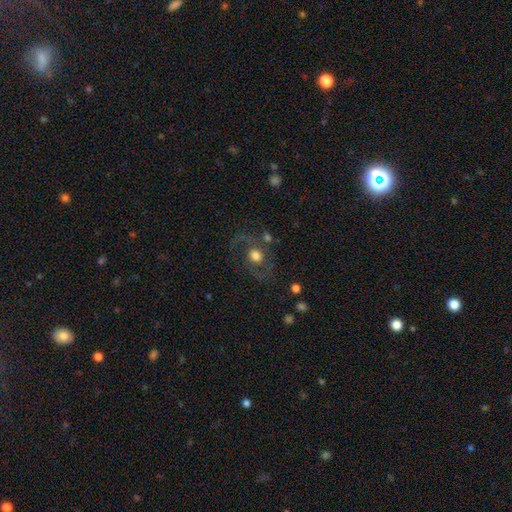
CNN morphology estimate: The model was most divided on "smooth or featured": featured or disk: 50%, smooth: 40%, star or artifact: 10%. More confident: edge-on disk — no (96%); merging — none (66%).